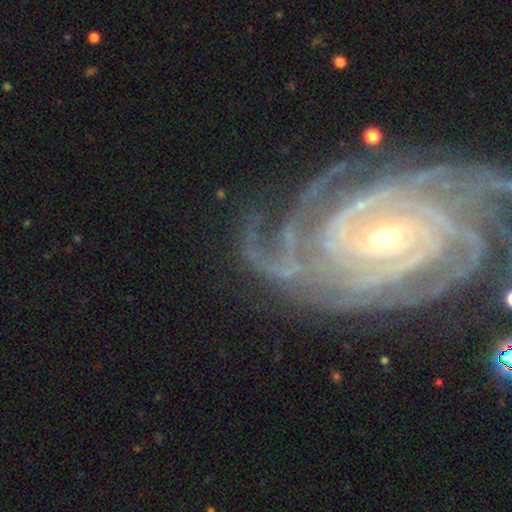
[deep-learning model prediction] Smooth or featured?
  - featured or disk: 90% *
  - star or artifact: 6%
  - smooth: 4%
Edge-on disk?
  - no: 97% *
  - yes: 3%
Bar?
  - no: 37% *
  - weak: 36%
  - strong: 28%
Spiral arms?
  - yes: 98% *
  - no: 2%
Spiral winding?
  - tight: 75% *
  - medium: 21%
  - loose: 4%
Spiral arm count?
  - 4: 23% *
  - can't tell: 19%
  - 3: 17%
  - more than 4: 16%
  - 2: 16%
  - 1: 8%
Bulge size?
  - small: 72% *
  - moderate: 24%
  - large: 2%
  - none: 1%
  - dominant: 1%
Merging?
  - none: 68% *
  - minor disturbance: 18%
  - major disturbance: 12%
  - merger: 3%